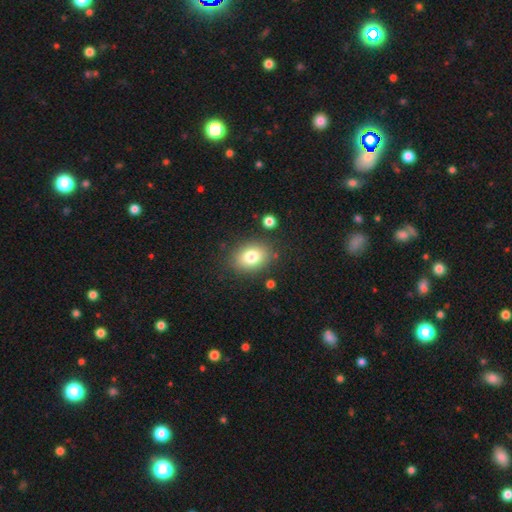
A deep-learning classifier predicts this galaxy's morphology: type=smooth (79%); roundness=in between (69%); merging=none (86%).